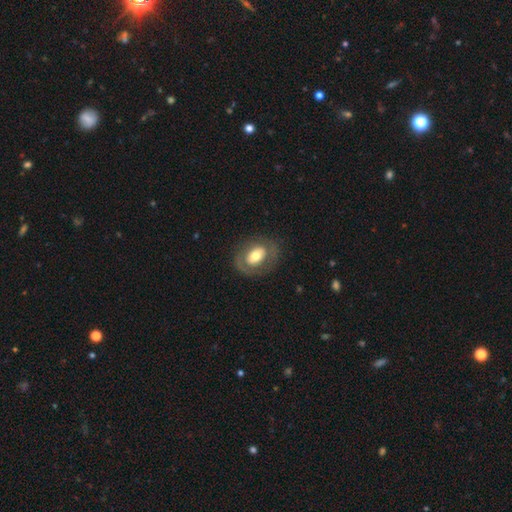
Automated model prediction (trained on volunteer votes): smooth_or_featured: featured or disk (p=0.48) [alt: smooth p=0.46]
merging: none (p=0.74) [alt: minor disturbance p=0.15]